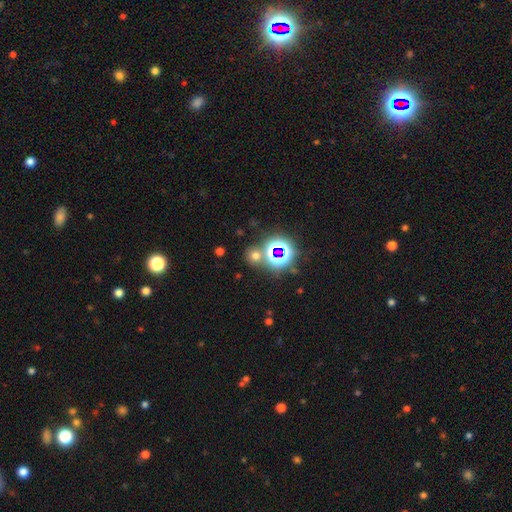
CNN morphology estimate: Smooth or featured: smooth — 53% (star or artifact — 40%)
How rounded: round — 84% (in between — 15%)
Merging: none — 73% (merger — 15%)